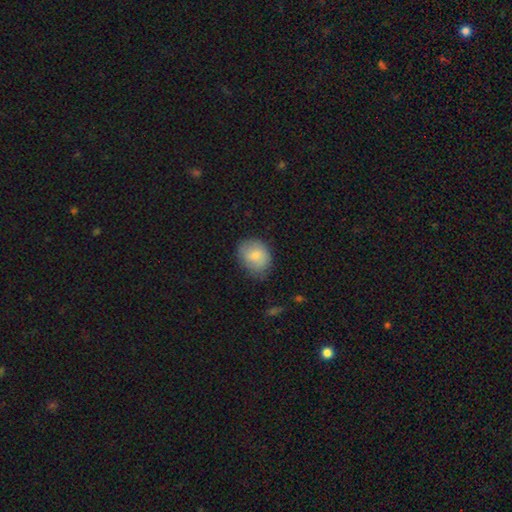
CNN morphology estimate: Q: Smooth or featured?
A: smooth (81%); runner-up: featured or disk (12%)
Q: How rounded?
A: in between (53%); runner-up: round (46%)
Q: Merging?
A: none (70%); runner-up: minor disturbance (24%)